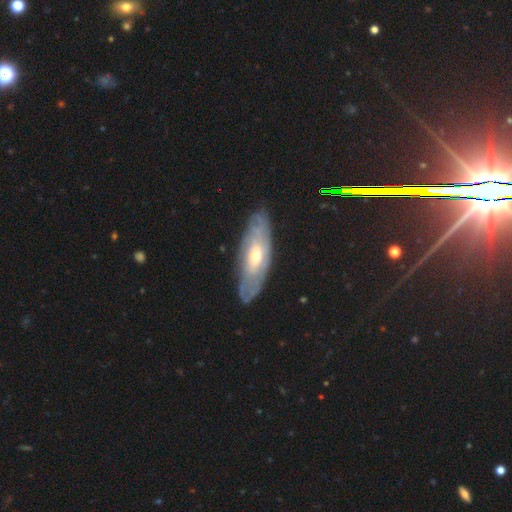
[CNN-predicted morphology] Overall: featured or disk (70%). Edge-on disk: no (75%). Bar: no (66%; weak 28%). Spiral arms: yes (73%). Bulge size: moderate (56%; small 37%). Merging: none (79%).